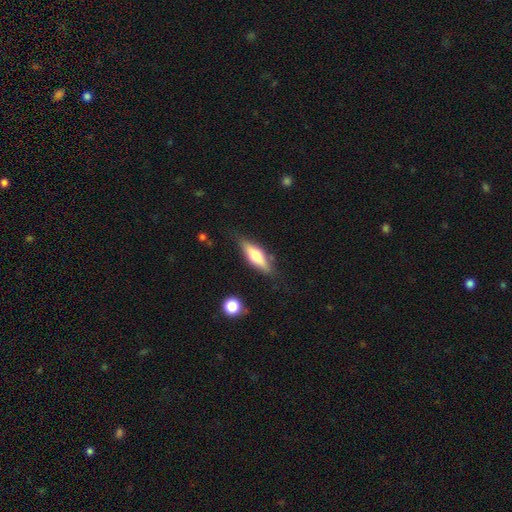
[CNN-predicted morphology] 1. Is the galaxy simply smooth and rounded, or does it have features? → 55% smooth, 39% featured or disk, 6% star or artifact.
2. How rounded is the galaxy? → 49% cigar-shaped (tied), 49% in between (tied), 3% round.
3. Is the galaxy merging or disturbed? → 78% none, 15% minor disturbance, 4% major disturbance, 3% merger.